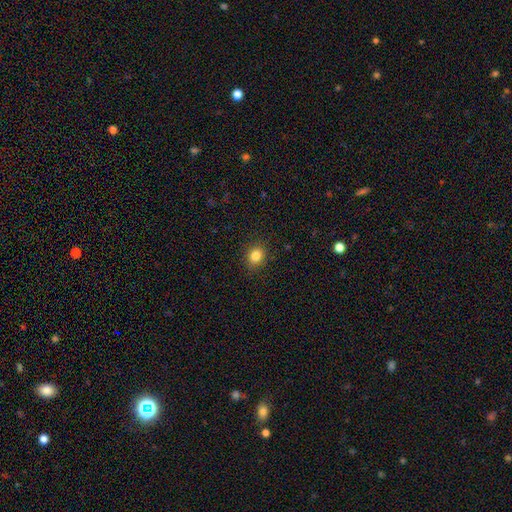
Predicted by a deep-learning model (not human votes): The model was most divided on "how rounded": round: 58%, in between: 41%, cigar-shaped: 1%. More confident: merging — none (89%); smooth or featured — smooth (84%).